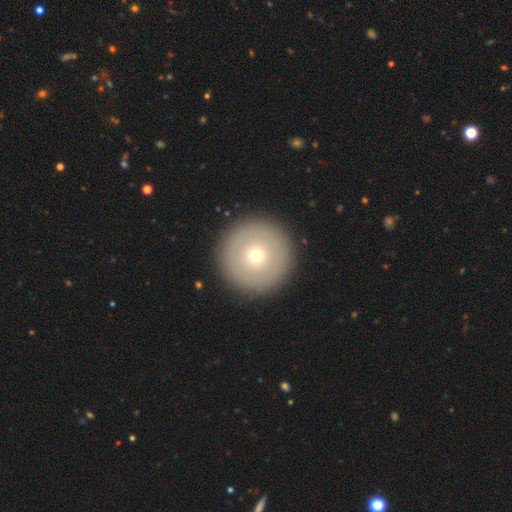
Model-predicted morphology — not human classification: type=smooth (63%); roundness=round (97%); merging=none (92%).